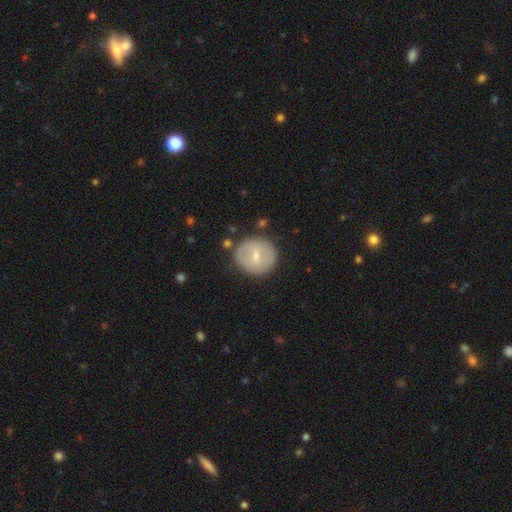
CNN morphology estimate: Smooth or featured: smooth — 54% (featured or disk — 39%)
How rounded: round — 85% (in between — 14%)
Merging: none — 80% (minor disturbance — 13%)